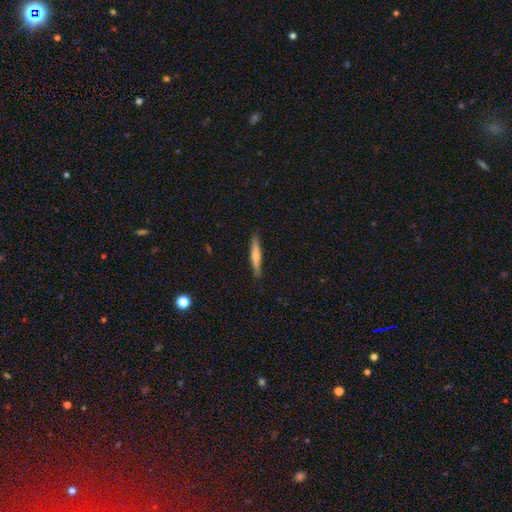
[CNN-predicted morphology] A smooth galaxy with no disk features (55%) that is cigar-shaped (91%).

Vote fractions:
- Smooth or featured? smooth: 55% / featured or disk: 40% / star or artifact: 6%
- How rounded? cigar-shaped: 91% / in between: 7% / round: 1%
- Merging? none: 87% / minor disturbance: 10% / major disturbance: 2% / merger: 1%